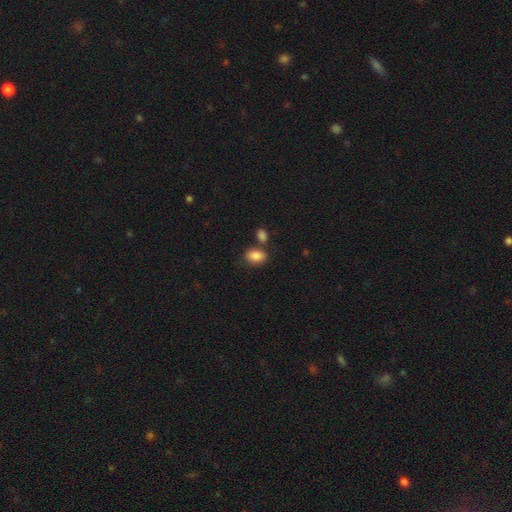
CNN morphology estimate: smooth 86%, star or artifact 8%, featured or disk 5%. Down the decision tree: how rounded — in between (82%); merging — none (66%).